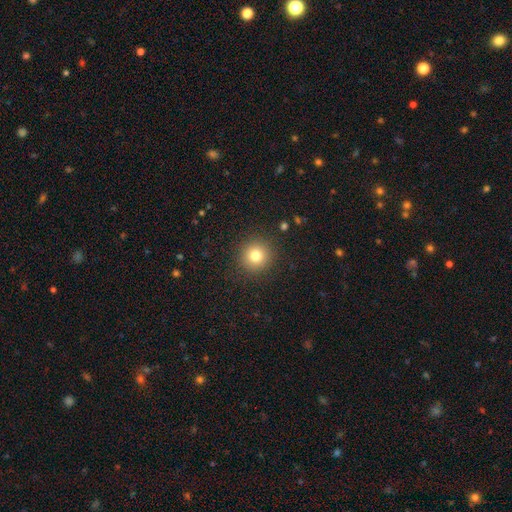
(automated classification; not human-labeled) Smooth or featured: smooth — 79% (star or artifact — 13%)
How rounded: round — 93% (in between — 6%)
Merging: none — 91% (minor disturbance — 6%)